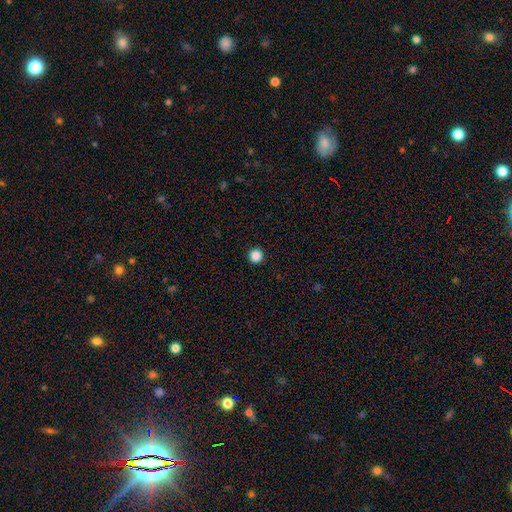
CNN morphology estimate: Q: Smooth or featured?
A: smooth (87%); runner-up: star or artifact (11%)
Q: How rounded?
A: round (97%); runner-up: in between (2%)
Q: Merging?
A: none (94%); runner-up: minor disturbance (4%)